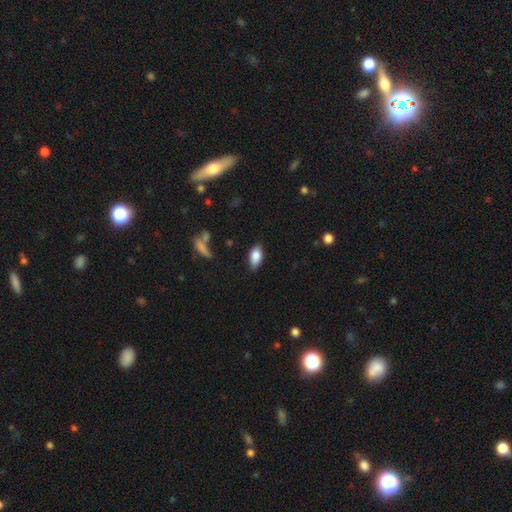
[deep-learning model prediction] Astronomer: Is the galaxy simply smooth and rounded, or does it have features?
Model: smooth — 84%.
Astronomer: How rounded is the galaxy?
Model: in between — 91%.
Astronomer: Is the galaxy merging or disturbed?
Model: none — 79%.